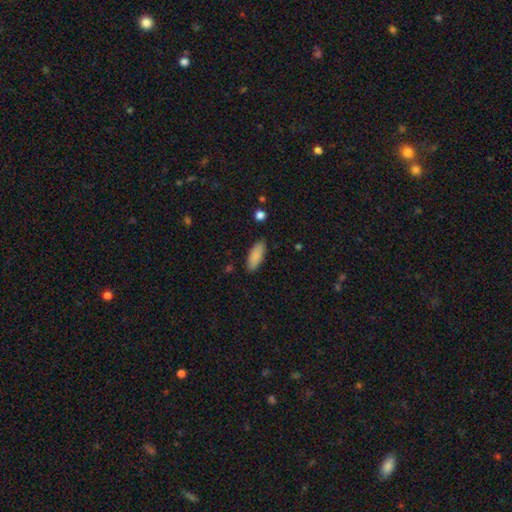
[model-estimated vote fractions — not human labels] smooth 88%, featured or disk 6%, star or artifact 6%. Down the decision tree: how rounded — in between (76%); merging — none (88%).